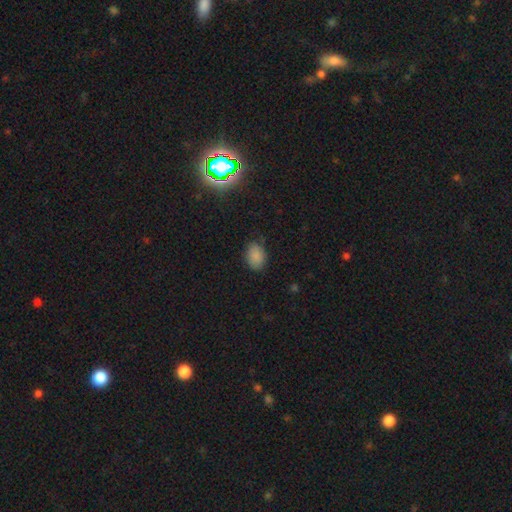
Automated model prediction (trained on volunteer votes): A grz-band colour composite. It shows a smooth galaxy with no disk features (85%) that is in between round and cigar-shaped (77%). Merging: none (76%).